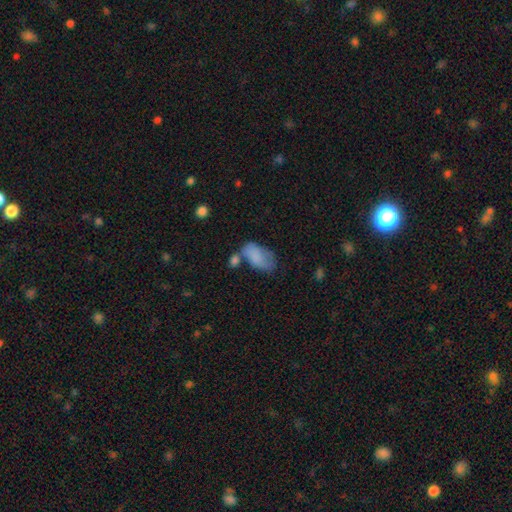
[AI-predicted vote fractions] Smooth or featured? smooth (76%)
How rounded? in between (93%)
Merging? none (33%)